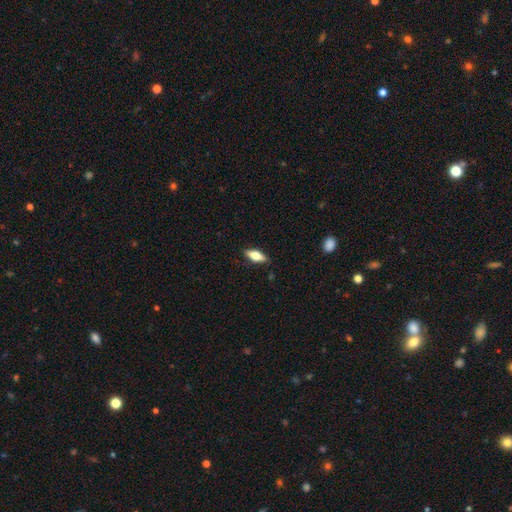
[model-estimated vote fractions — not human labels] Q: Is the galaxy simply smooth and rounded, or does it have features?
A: smooth — 62%.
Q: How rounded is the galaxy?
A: in between — 73%.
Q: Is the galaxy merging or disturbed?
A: none — 87%.